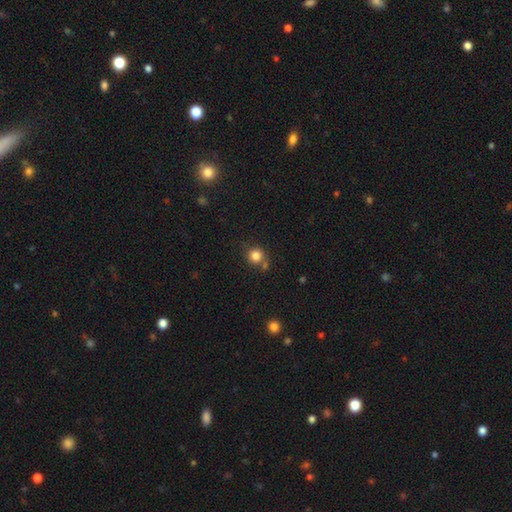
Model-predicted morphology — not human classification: A smooth galaxy with no disk features (82%) that is round (90%). Merging: none (67%).